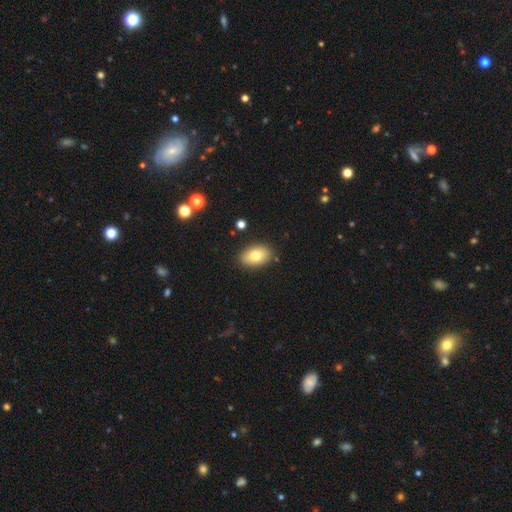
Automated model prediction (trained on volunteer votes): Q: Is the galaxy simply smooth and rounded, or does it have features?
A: smooth — 77%.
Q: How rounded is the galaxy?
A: in between — 87%.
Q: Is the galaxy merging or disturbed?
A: none — 86%.